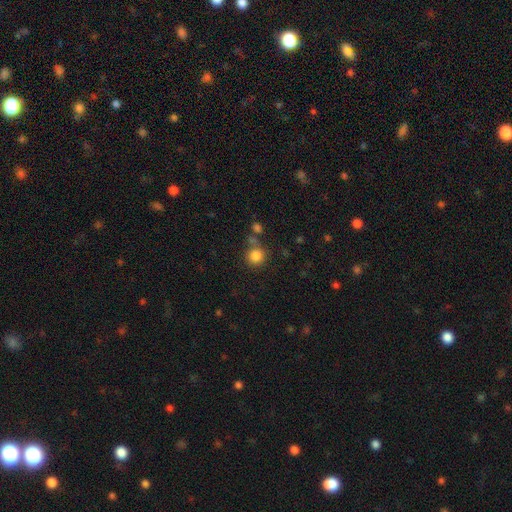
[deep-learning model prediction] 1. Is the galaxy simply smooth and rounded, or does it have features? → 84% smooth, 11% star or artifact, 5% featured or disk.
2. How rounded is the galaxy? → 91% round, 8% in between, 1% cigar-shaped.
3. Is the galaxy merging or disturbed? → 70% none, 14% merger, 11% minor disturbance, 5% major disturbance.